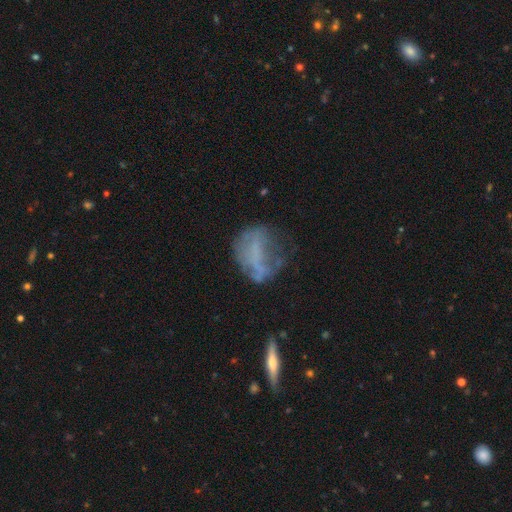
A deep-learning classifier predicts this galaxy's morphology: type=featured or disk (43%); merging=none (40%).